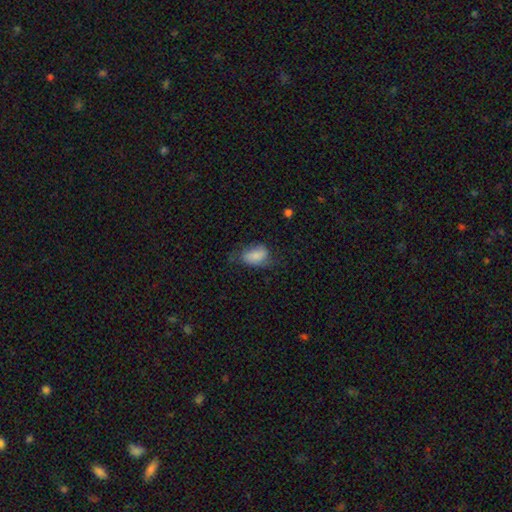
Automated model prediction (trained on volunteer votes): This appears to be a smooth galaxy with no disk features (76%) that is in between round and cigar-shaped (91%). Merging: none (48%).